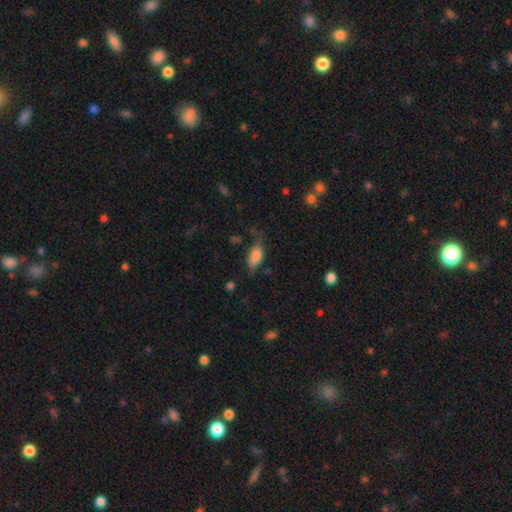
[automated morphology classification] Smooth or featured? smooth (78%)
How rounded? in between (85%)
Merging? none (51%)